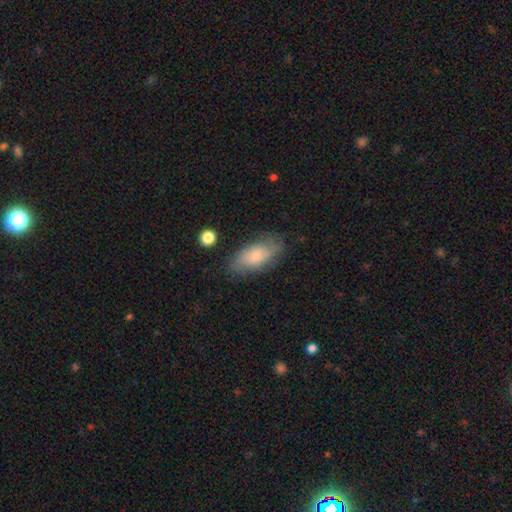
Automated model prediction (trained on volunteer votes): Smooth or featured: smooth — 71% (featured or disk — 22%)
How rounded: in between — 87% (cigar-shaped — 10%)
Merging: none — 73% (minor disturbance — 20%)